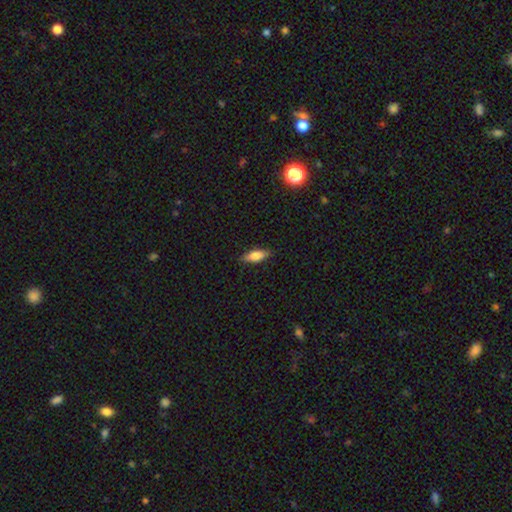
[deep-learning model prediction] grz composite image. It shows a smooth galaxy with no disk features (73%) that is in between round and cigar-shaped (61%). Merging: none (86%).